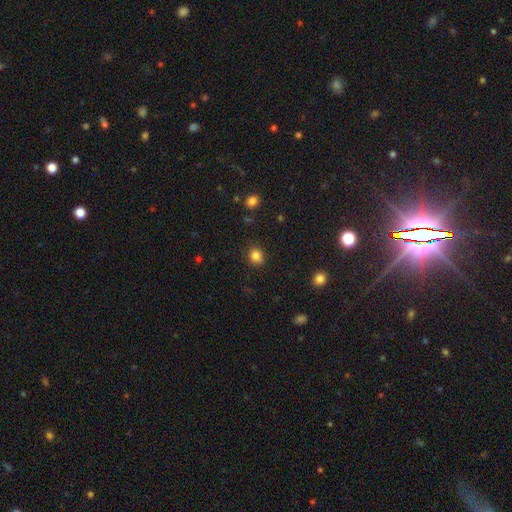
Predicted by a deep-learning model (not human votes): This is clearly a smooth galaxy (84%). How rounded: likely round (68%). Merging: clearly none (87%).